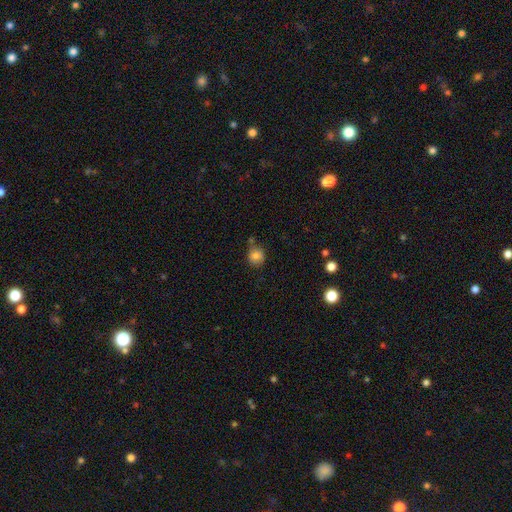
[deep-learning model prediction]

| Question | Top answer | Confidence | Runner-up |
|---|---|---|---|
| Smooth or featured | smooth | 80% | star or artifact (11%) |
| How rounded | round | 83% | in between (16%) |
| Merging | none | 70% | minor disturbance (18%) |